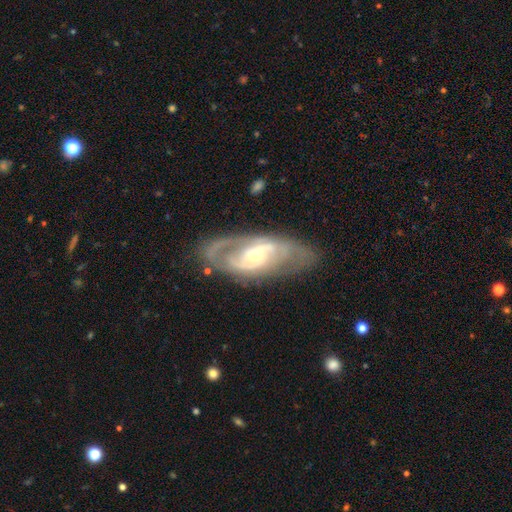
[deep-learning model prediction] This appears to be a featured or disk galaxy (83%) with no bar (55%), 2 (68%) medium (42%) spiral arms (83%) and a small central bulge (50%). Merging: none (75%).